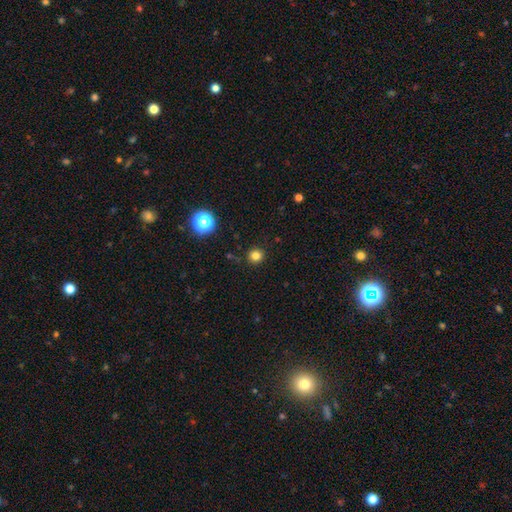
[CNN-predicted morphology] Q: Smooth or featured?
A: smooth (80%); runner-up: star or artifact (15%)
Q: How rounded?
A: round (94%); runner-up: in between (6%)
Q: Merging?
A: none (90%); runner-up: minor disturbance (6%)